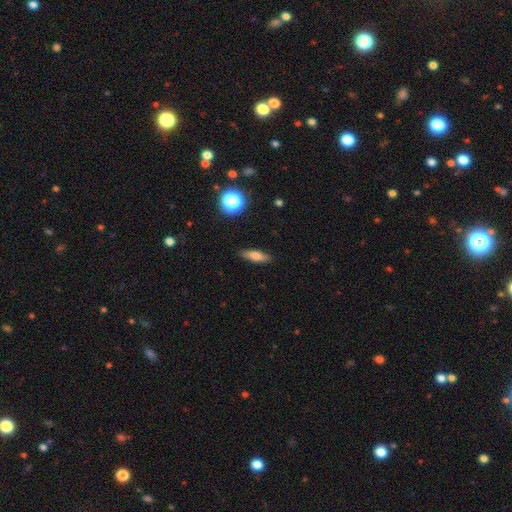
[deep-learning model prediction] Smooth or featured? Predicted: smooth (p=0.71). How rounded? Predicted: cigar-shaped (p=0.49). Merging? Predicted: none (p=0.88).